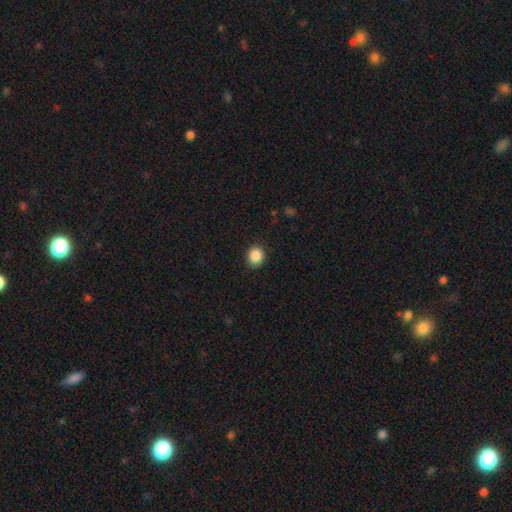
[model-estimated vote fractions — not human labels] Overall: smooth (88%). How rounded: round (75%). Merging: none (88%).